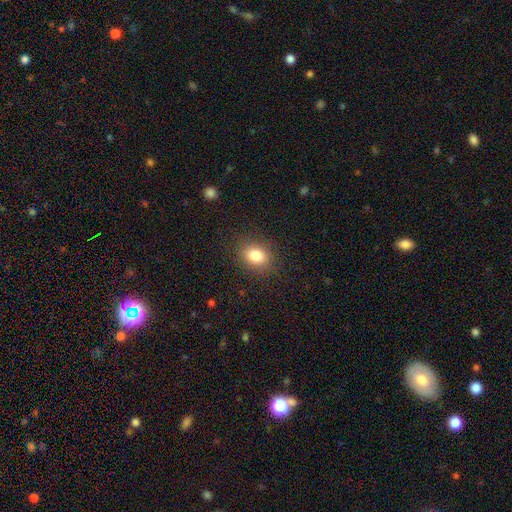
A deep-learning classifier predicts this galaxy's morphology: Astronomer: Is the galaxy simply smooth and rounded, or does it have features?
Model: smooth — 83%.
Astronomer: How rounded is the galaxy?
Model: in between — 56% (runner-up: round, 43%).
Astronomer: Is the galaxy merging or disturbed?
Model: none — 87%.